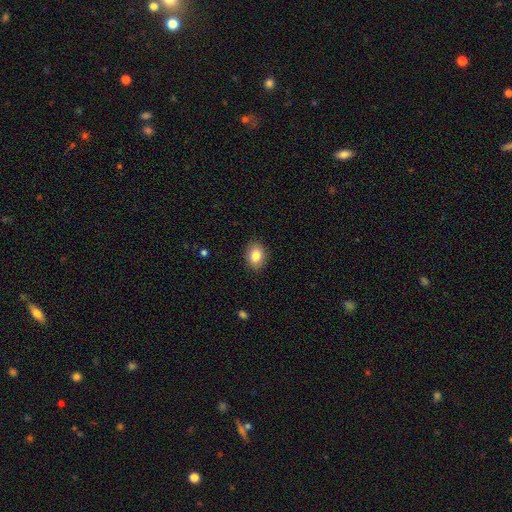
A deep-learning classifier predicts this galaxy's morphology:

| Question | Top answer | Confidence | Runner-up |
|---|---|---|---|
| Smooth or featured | smooth | 84% | star or artifact (8%) |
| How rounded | in between | 62% | round (38%) |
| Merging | none | 89% | minor disturbance (8%) |